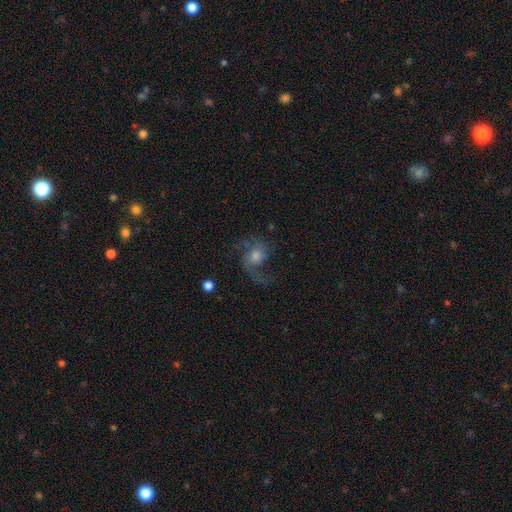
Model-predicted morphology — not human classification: featured or disk 75%, smooth 16%, star or artifact 10%. Down the decision tree: edge-on disk — no (97%); bar — no (70%); spiral arms — yes (93%); spiral arm count — 2 (67%); spiral winding — loose (60%); bulge size — moderate (50%); merging — none (56%).